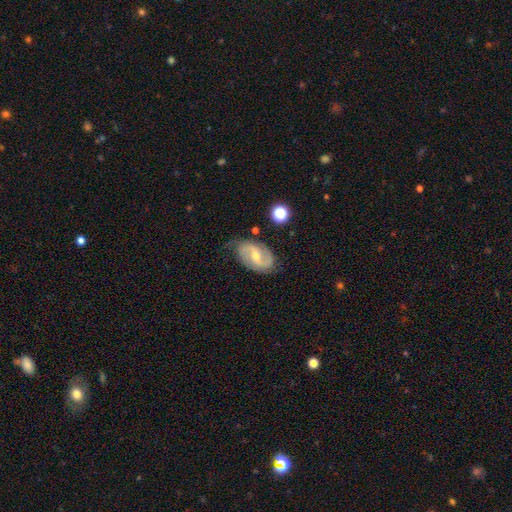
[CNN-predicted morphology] Smooth or featured?
  - featured or disk: 78% *
  - smooth: 15%
  - star or artifact: 7%
Edge-on disk?
  - no: 96% *
  - yes: 4%
Bar?
  - weak: 48% *
  - no: 30%
  - strong: 22%
Spiral arms?
  - yes: 92% *
  - no: 8%
Spiral winding?
  - medium: 45% *
  - loose: 30%
  - tight: 25%
Spiral arm count?
  - 2: 87% *
  - can't tell: 7%
  - 1: 3%
  - 3: 1%
  - 4: 1%
  - more than 4: 1%
Bulge size?
  - moderate: 54% *
  - small: 42%
  - large: 2%
  - none: 1%
  - dominant: 1%
Merging?
  - none: 70% *
  - minor disturbance: 23%
  - major disturbance: 5%
  - merger: 2%